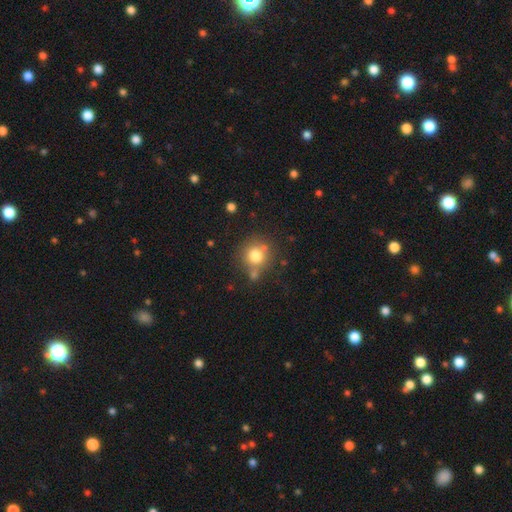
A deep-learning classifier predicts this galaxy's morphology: smooth-or-featured: smooth: 77% | star or artifact: 12% | featured or disk: 11%
  how-rounded: round: 90% | in between: 9% | cigar-shaped: 1%
  merging: none: 68% | merger: 15% | minor disturbance: 13% | major disturbance: 4%